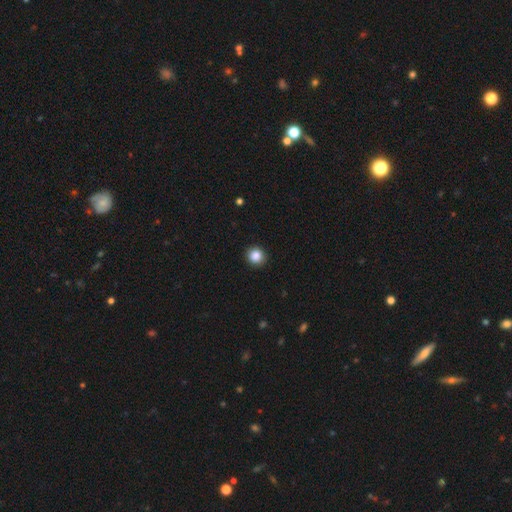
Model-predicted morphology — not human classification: Smooth or featured? smooth (87%)
How rounded? round (92%)
Merging? none (92%)